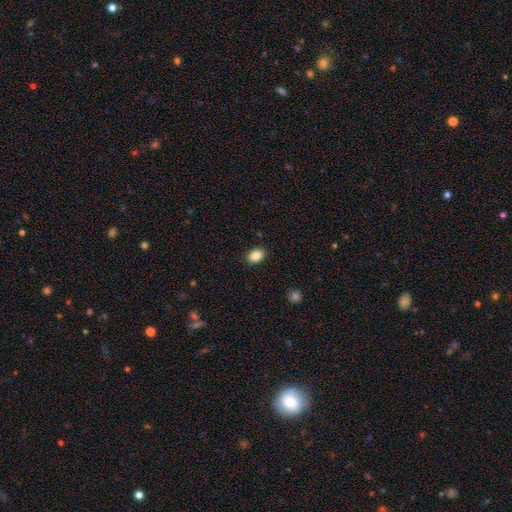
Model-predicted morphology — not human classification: Smooth or featured? smooth (87%)
How rounded? in between (77%)
Merging? none (90%)